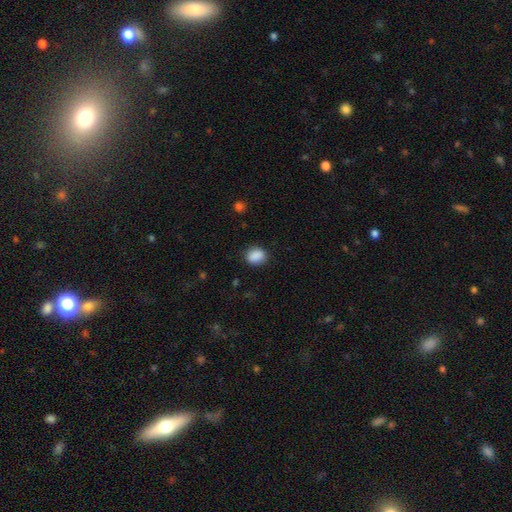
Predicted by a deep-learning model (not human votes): Smooth or featured? smooth (89%)
How rounded? in between (51%)
Merging? none (85%)